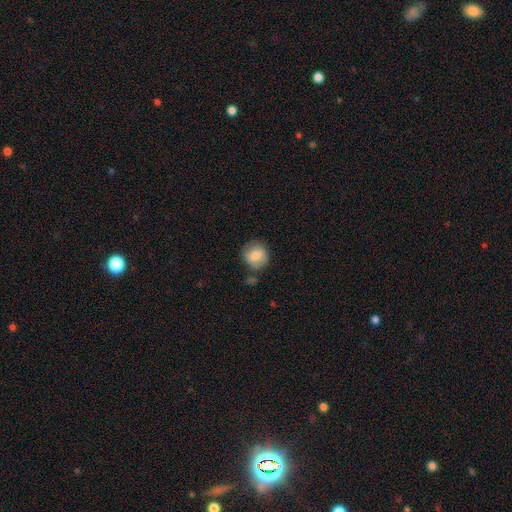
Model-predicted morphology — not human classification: Overall: smooth (77%). How rounded: round (85%). Merging: none (73%).